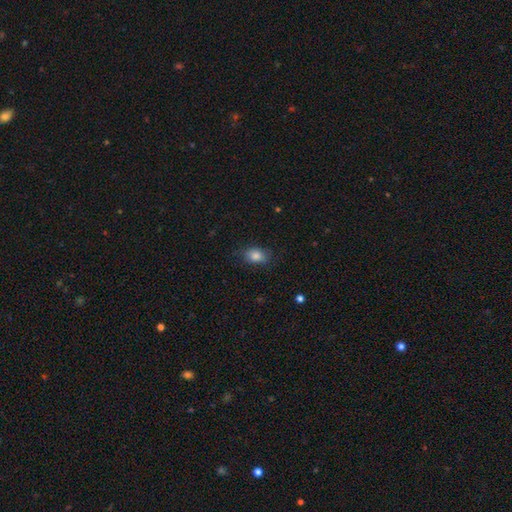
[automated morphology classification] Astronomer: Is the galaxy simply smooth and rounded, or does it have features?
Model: smooth — 83%.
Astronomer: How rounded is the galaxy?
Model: in between — 74%.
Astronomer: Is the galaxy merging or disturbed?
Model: none — 82%.